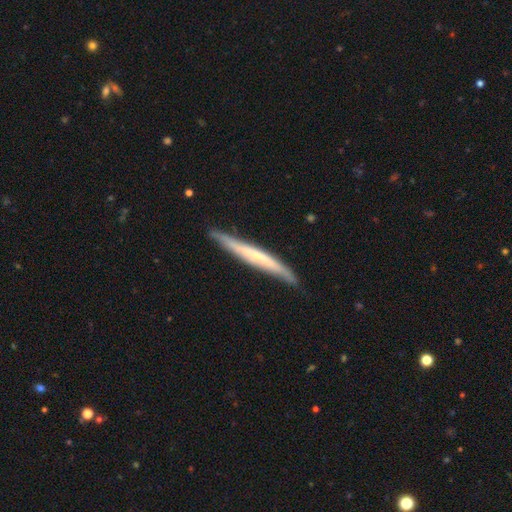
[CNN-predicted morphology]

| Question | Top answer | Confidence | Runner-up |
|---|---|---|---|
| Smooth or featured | featured or disk | 57% | smooth (38%) |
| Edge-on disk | yes | 92% | no (8%) |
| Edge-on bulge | none | 62% | rounded (29%) |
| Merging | none | 84% | minor disturbance (12%) |